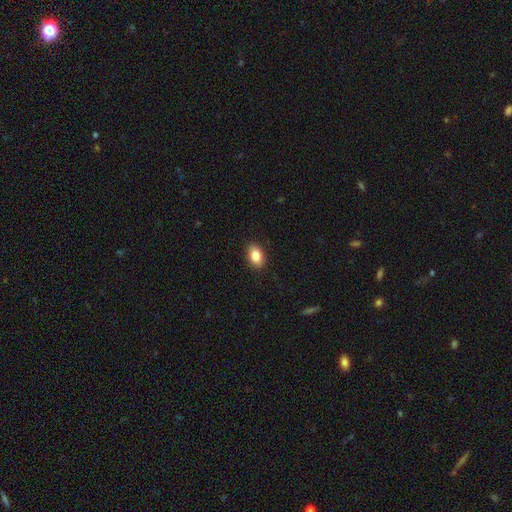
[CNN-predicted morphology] smooth_or_featured: smooth (p=0.85) [alt: star or artifact p=0.08]
how_rounded: in between (p=0.88) [alt: round p=0.10]
merging: none (p=0.89) [alt: minor disturbance p=0.08]